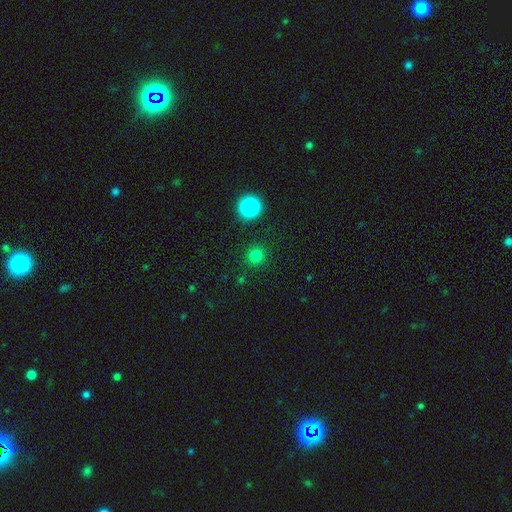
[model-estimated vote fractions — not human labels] Overall: smooth (78%). How rounded: round (94%). Merging: none (90%).